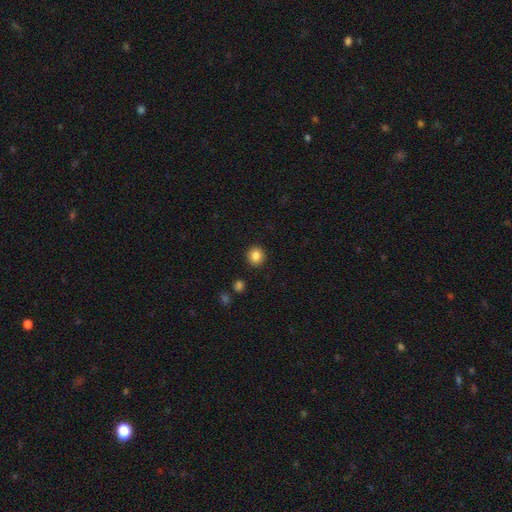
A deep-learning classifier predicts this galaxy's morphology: Smooth or featured? smooth (85%)
How rounded? round (85%)
Merging? none (91%)